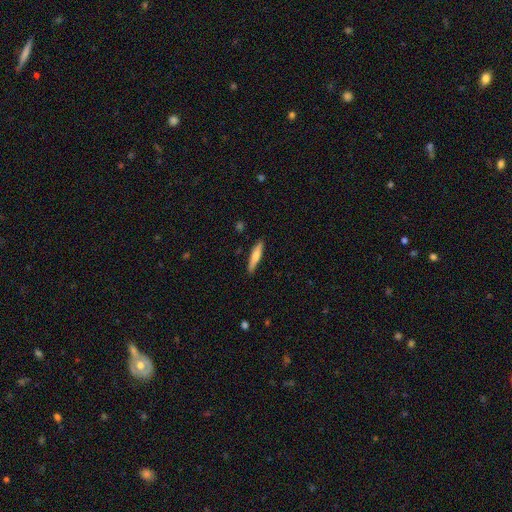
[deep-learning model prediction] Smooth or featured? smooth (64%)
How rounded? cigar-shaped (87%)
Merging? none (88%)